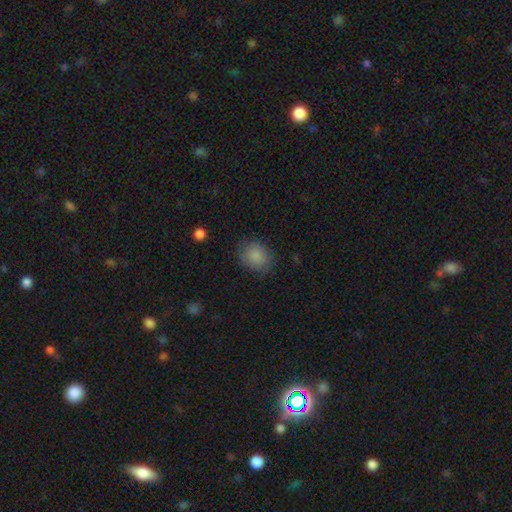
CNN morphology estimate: The model was most divided on "how rounded": round: 55%, in between: 44%, cigar-shaped: 1%. More confident: smooth or featured — smooth (86%); merging — none (80%).